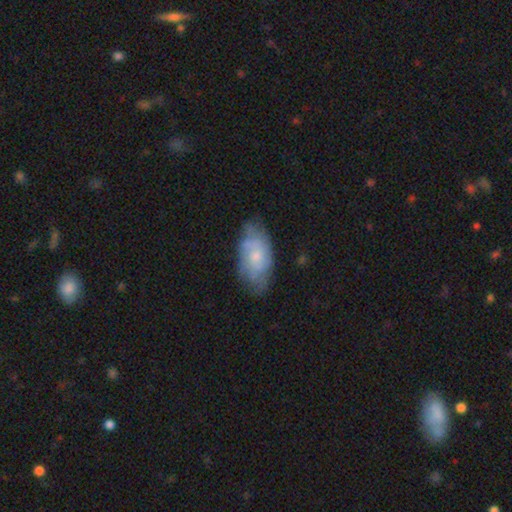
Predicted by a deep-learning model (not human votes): Smooth or featured?
  - featured or disk: 47% * (tied)
  - smooth: 47% * (tied)
  - star or artifact: 7%
Merging?
  - none: 63% *
  - minor disturbance: 26%
  - major disturbance: 8%
  - merger: 2%